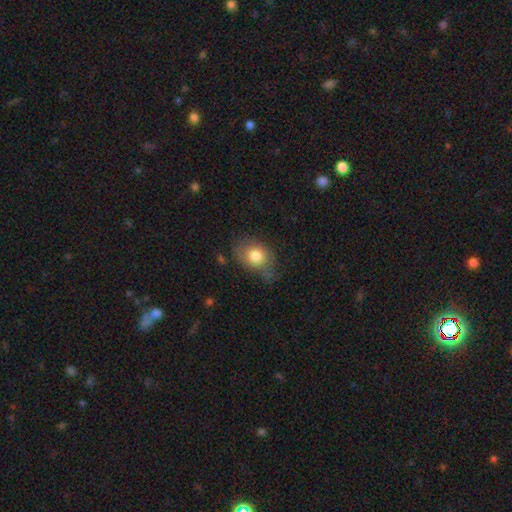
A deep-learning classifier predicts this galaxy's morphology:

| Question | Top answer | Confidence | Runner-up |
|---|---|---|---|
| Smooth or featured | smooth | 78% | featured or disk (13%) |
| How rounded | in between | 62% | round (37%) |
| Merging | none | 54% | minor disturbance (31%) |